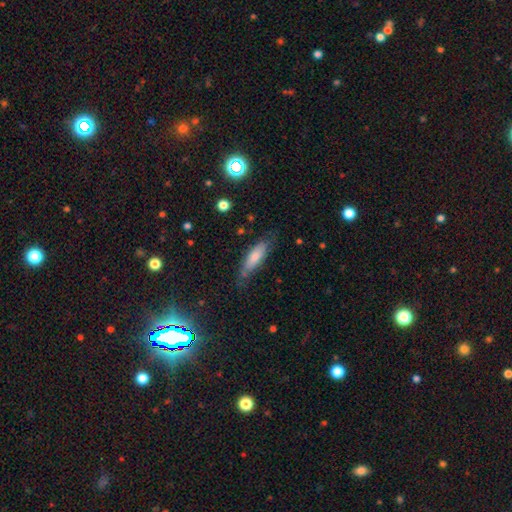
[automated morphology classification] Q: Smooth or featured?
A: smooth (50%); runner-up: featured or disk (35%)
Q: How rounded?
A: cigar-shaped (63%); runner-up: in between (34%)
Q: Merging?
A: none (70%); runner-up: minor disturbance (22%)